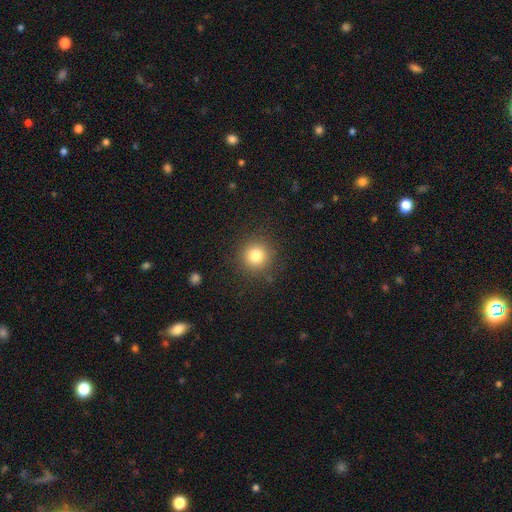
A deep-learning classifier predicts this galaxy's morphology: This is clearly a smooth galaxy (80%). How rounded: clearly round (94%). Merging: clearly none (89%).